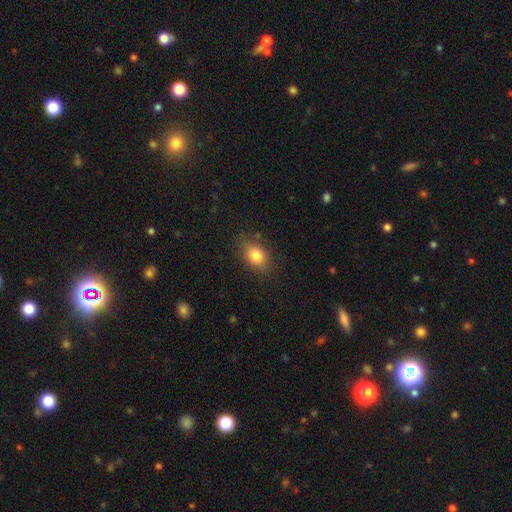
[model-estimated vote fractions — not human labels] Smooth or featured?
  - smooth: 81% *
  - star or artifact: 9%
  - featured or disk: 9%
How rounded?
  - in between: 77% *
  - round: 21%
  - cigar-shaped: 2%
Merging?
  - none: 80% *
  - minor disturbance: 15%
  - major disturbance: 4%
  - merger: 1%